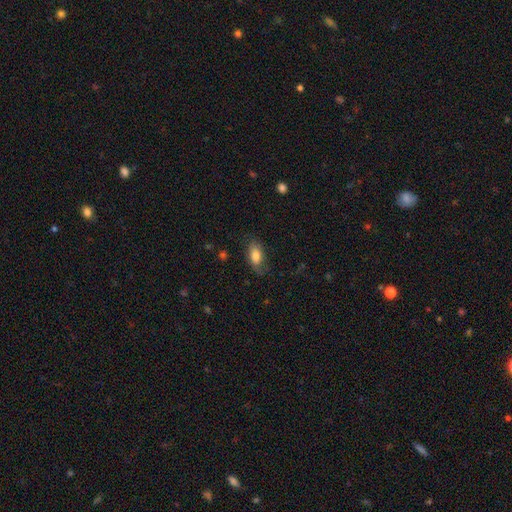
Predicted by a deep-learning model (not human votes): Q: Smooth or featured?
A: smooth (75%); runner-up: featured or disk (18%)
Q: How rounded?
A: in between (89%); runner-up: cigar-shaped (6%)
Q: Merging?
A: none (68%); runner-up: minor disturbance (23%)